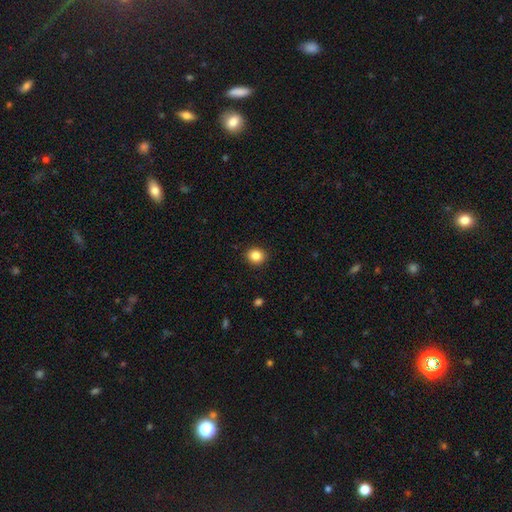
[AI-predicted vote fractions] Smooth or featured: smooth — 86% (star or artifact — 10%)
How rounded: round — 78% (in between — 21%)
Merging: none — 91% (minor disturbance — 6%)